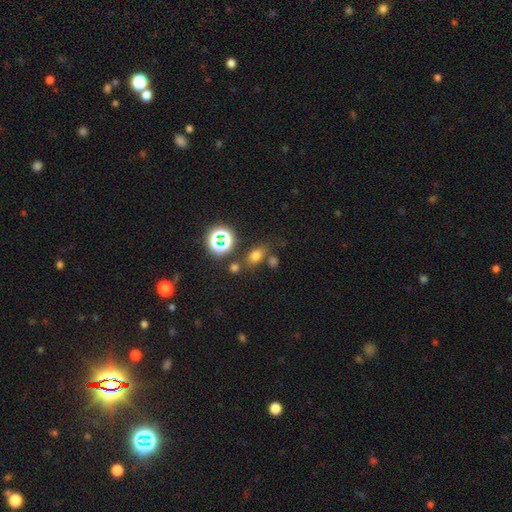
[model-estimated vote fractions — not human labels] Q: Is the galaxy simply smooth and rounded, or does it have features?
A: smooth — 67%.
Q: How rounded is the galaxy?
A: in between — 69%.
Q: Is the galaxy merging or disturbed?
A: none — 70%.